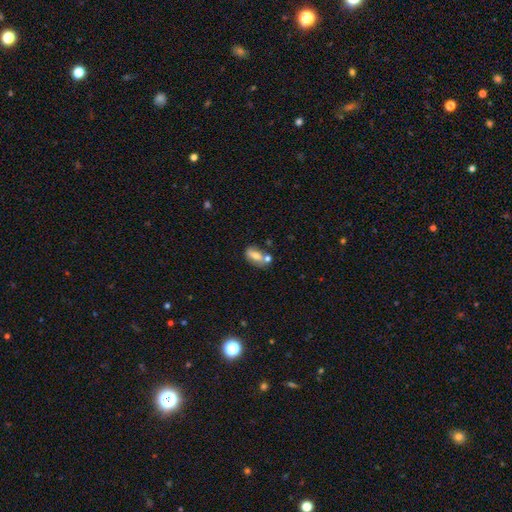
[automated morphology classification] Q: Smooth or featured?
A: smooth (65%); runner-up: featured or disk (26%)
Q: How rounded?
A: in between (81%); runner-up: cigar-shaped (11%)
Q: Merging?
A: none (48%); runner-up: merger (28%)